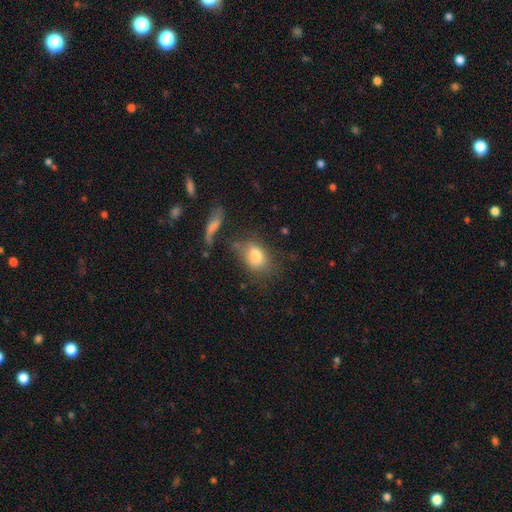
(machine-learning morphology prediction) Smooth or featured: smooth — 77% (featured or disk — 14%)
How rounded: in between — 82% (round — 16%)
Merging: none — 47% (minor disturbance — 21%)